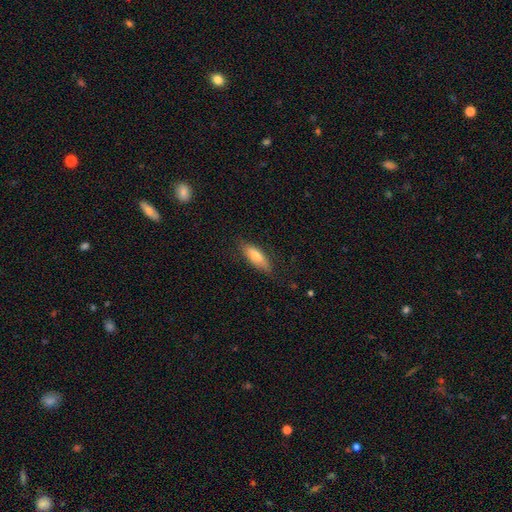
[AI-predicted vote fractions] Morphology: type=smooth (69%); roundness=in between (57%); merging=none (79%).